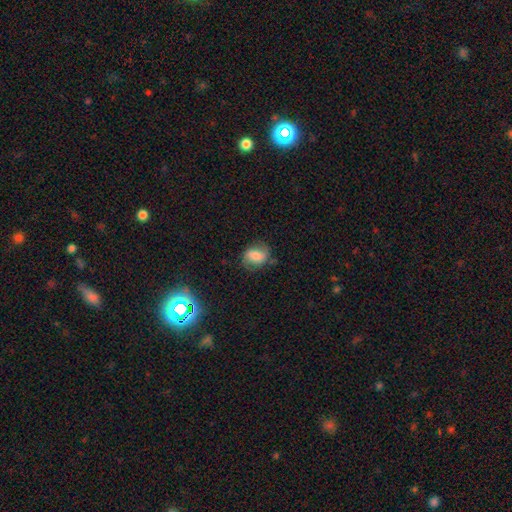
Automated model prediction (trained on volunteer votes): Overall: smooth (62%; featured or disk 27%). How rounded: in between (57%; round 41%). Merging: none (63%; minor disturbance 25%).